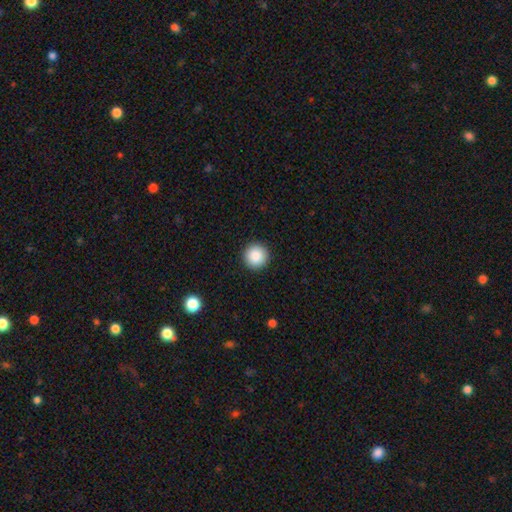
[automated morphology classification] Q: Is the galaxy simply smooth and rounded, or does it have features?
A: smooth — 88%.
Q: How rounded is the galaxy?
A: round — 97%.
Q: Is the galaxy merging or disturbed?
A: none — 93%.